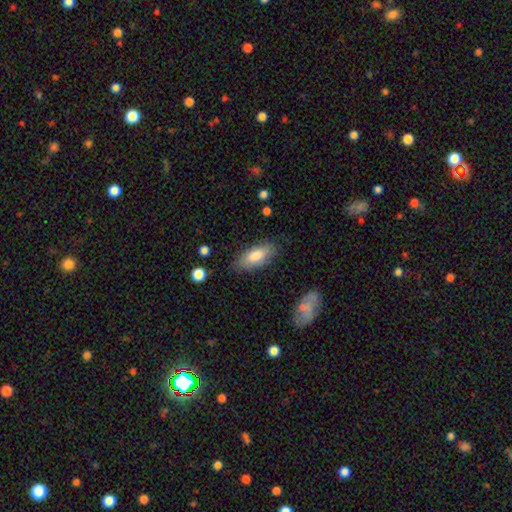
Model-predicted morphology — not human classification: Smooth or featured? smooth (80%)
How rounded? in between (79%)
Merging? none (79%)